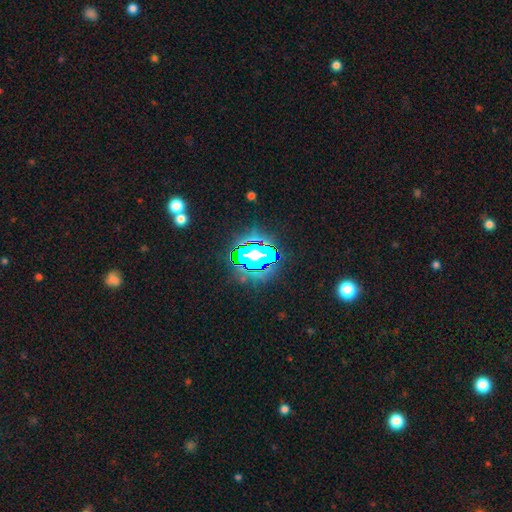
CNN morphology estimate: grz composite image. It shows a star or artifact, not a galaxy (80%).